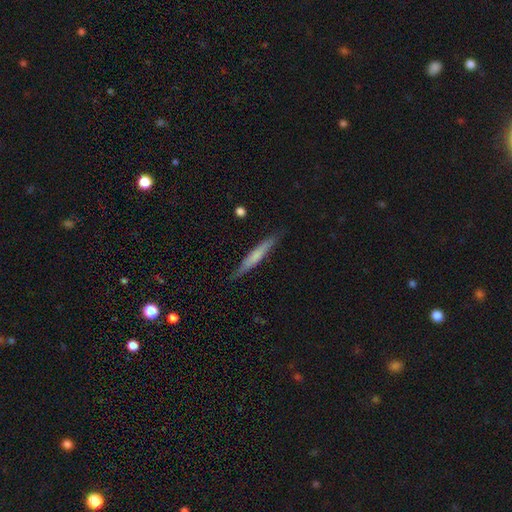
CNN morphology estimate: Smooth or featured?
  - smooth: 56% *
  - featured or disk: 38%
  - star or artifact: 6%
How rounded?
  - cigar-shaped: 94% *
  - in between: 4%
  - round: 1%
Merging?
  - none: 85% *
  - minor disturbance: 11%
  - major disturbance: 2%
  - merger: 1%